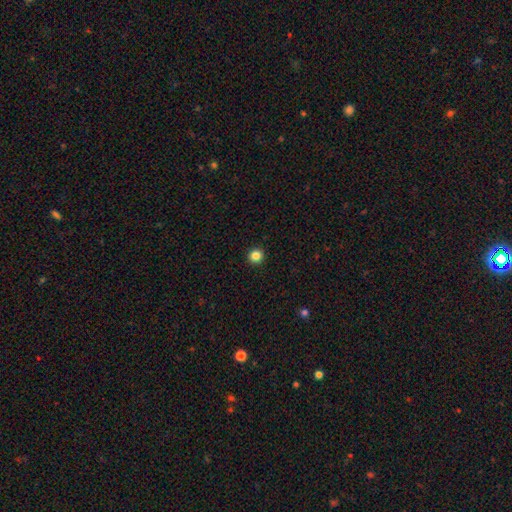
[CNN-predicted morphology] Q: Smooth or featured?
A: smooth (85%); runner-up: star or artifact (11%)
Q: How rounded?
A: round (94%); runner-up: in between (5%)
Q: Merging?
A: none (94%); runner-up: minor disturbance (4%)